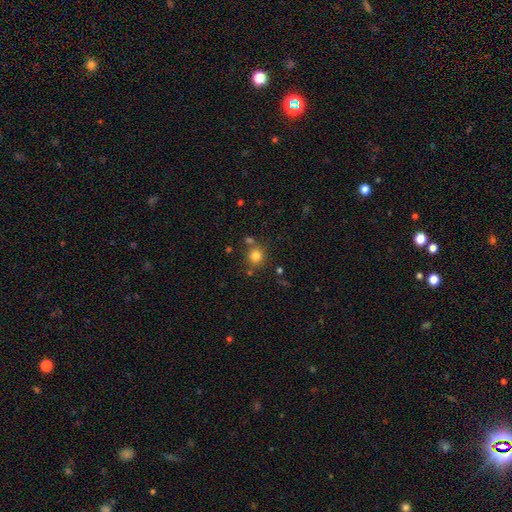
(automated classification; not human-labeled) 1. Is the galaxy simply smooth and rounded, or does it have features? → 81% smooth, 13% star or artifact, 6% featured or disk.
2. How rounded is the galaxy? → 88% round, 11% in between, 1% cigar-shaped.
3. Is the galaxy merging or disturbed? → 74% none, 13% merger, 10% minor disturbance, 3% major disturbance.